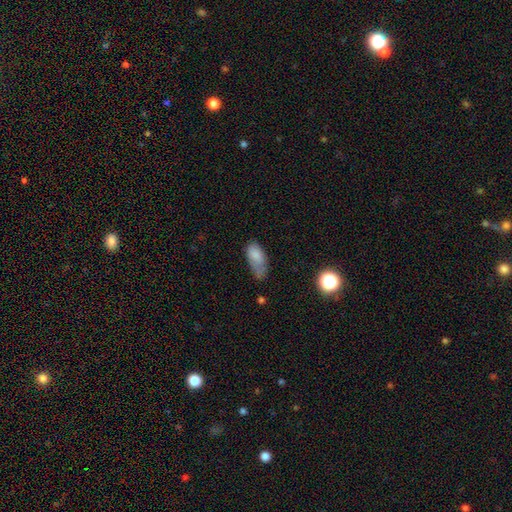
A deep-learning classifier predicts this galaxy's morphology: Smooth or featured: smooth — 79% (featured or disk — 13%)
How rounded: in between — 88% (cigar-shaped — 9%)
Merging: minor disturbance — 41% (none — 34%)